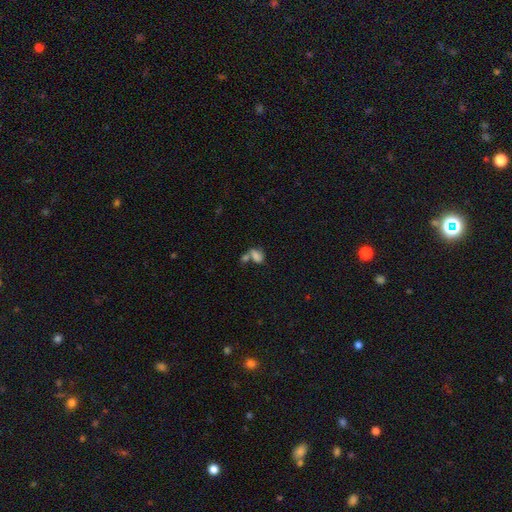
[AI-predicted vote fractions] A smooth galaxy with no disk features (71%) that is in between round and cigar-shaped (82%).

Vote fractions:
- Smooth or featured? smooth: 71% / featured or disk: 16% / star or artifact: 13%
- How rounded? in between: 82% / round: 15% / cigar-shaped: 2%
- Merging? merger: 51% / none: 27% / minor disturbance: 12% / major disturbance: 9%